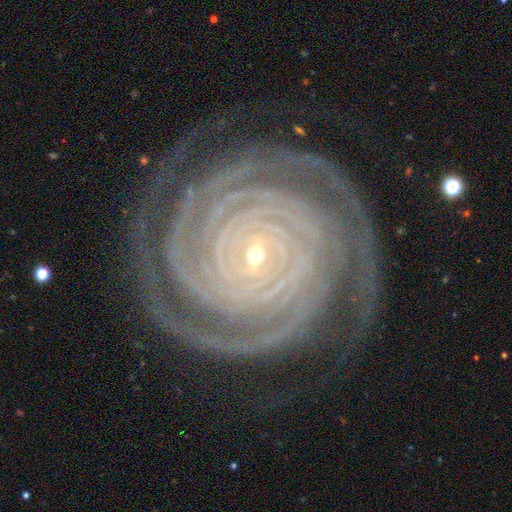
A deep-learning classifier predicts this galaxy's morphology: A featured or disk galaxy (93%) with no bar (49%), 2 (30%) tight (90%) spiral arms (99%) and a small central bulge (78%). Merging: none (78%).